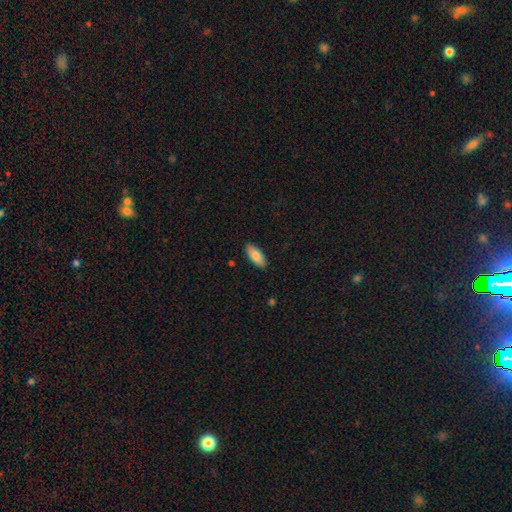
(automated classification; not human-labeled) A smooth galaxy with no disk features (81%) that is in between round and cigar-shaped (80%). Merging: none (89%).